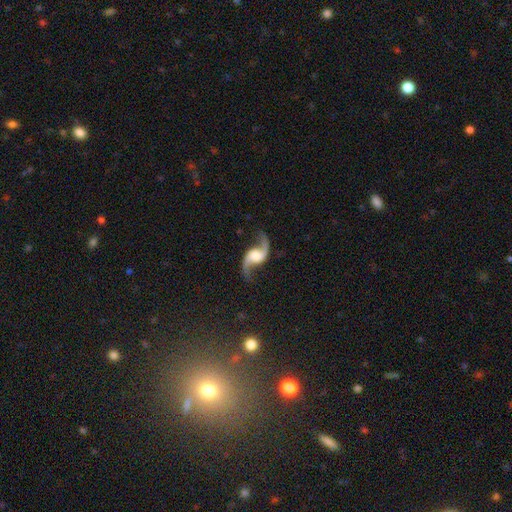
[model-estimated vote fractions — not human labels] Smooth or featured? Predicted: featured or disk (p=0.92). Edge-on disk? Predicted: no (p=0.97). Bar? Predicted: no (p=0.56). Spiral arms? Predicted: yes (p=0.98). Spiral winding? Predicted: loose (p=0.83). Spiral arm count? Predicted: 2 (p=0.95). Bulge size? Predicted: large (p=0.40). Merging? Predicted: none (p=0.82).